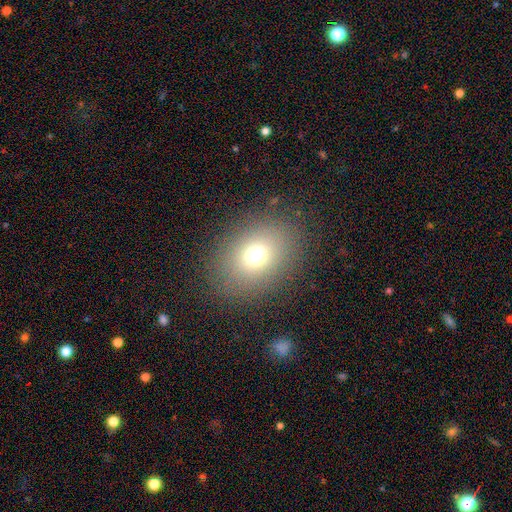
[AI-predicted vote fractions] Q: Smooth or featured?
A: smooth (70%); runner-up: star or artifact (18%)
Q: How rounded?
A: in between (54%); runner-up: round (45%)
Q: Merging?
A: none (85%); runner-up: minor disturbance (8%)